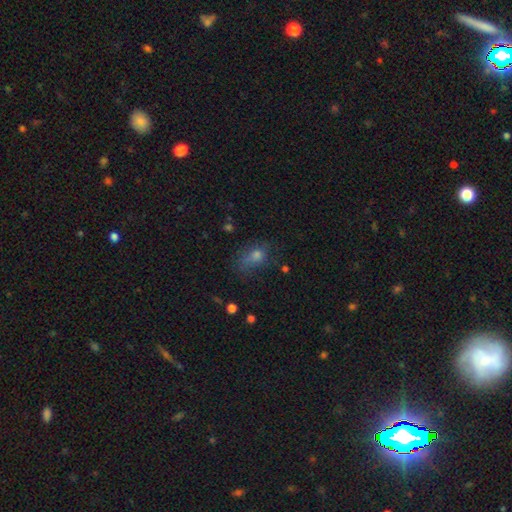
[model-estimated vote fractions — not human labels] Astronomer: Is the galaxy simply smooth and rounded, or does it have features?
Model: smooth — 61%.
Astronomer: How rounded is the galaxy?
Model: in between — 67%.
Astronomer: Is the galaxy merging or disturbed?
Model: none — 49% (runner-up: minor disturbance, 27%).